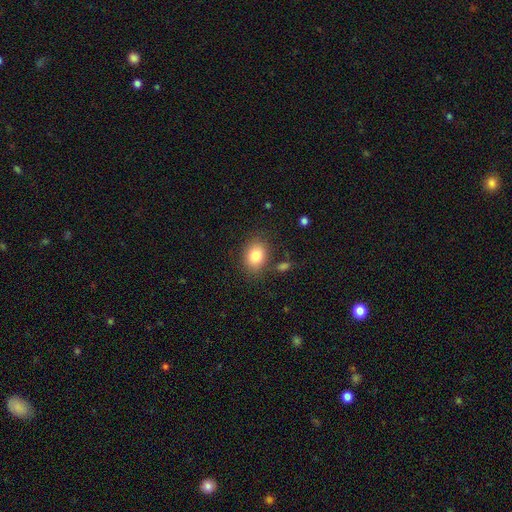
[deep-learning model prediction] Smooth or featured: smooth — 82% (star or artifact — 9%)
How rounded: in between — 61% (round — 38%)
Merging: none — 81% (minor disturbance — 12%)